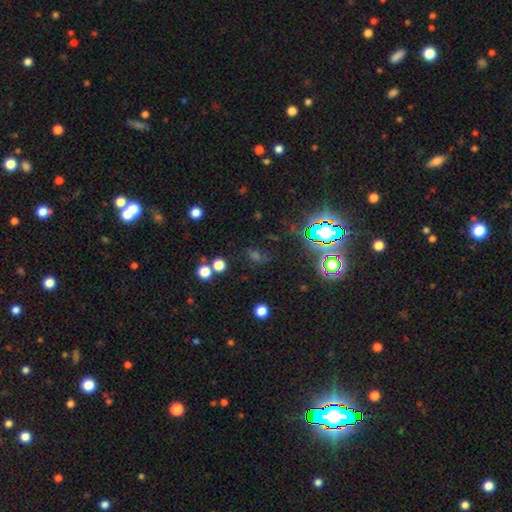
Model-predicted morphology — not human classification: Overall: star or artifact (57%; smooth 31%).